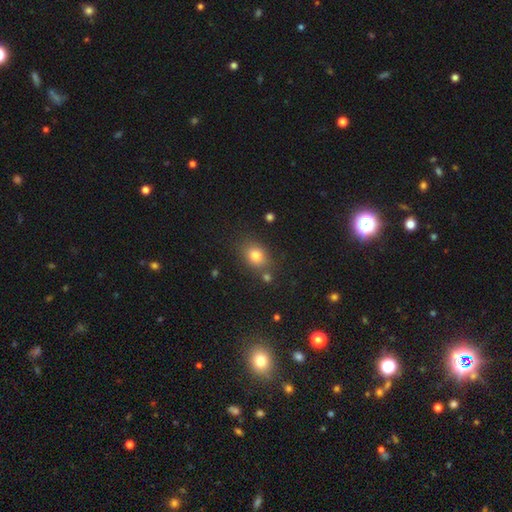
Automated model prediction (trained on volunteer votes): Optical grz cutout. It shows a smooth galaxy with no disk features (78%) that is in between round and cigar-shaped (55%). Merging: none (75%).